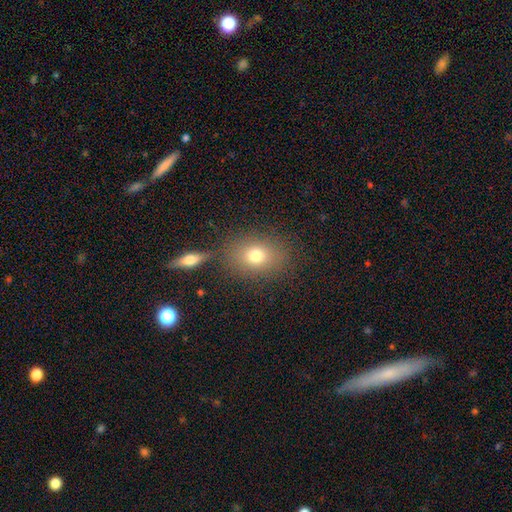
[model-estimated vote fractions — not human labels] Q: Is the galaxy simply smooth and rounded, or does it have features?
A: smooth — 74%.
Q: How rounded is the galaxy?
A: in between — 61%.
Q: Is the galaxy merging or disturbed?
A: none — 75%.